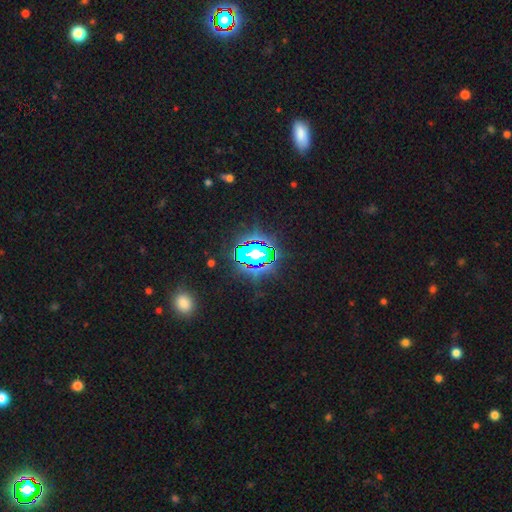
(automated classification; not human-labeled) The model was most divided on "smooth or featured": star or artifact: 74%, smooth: 14%, featured or disk: 12%.